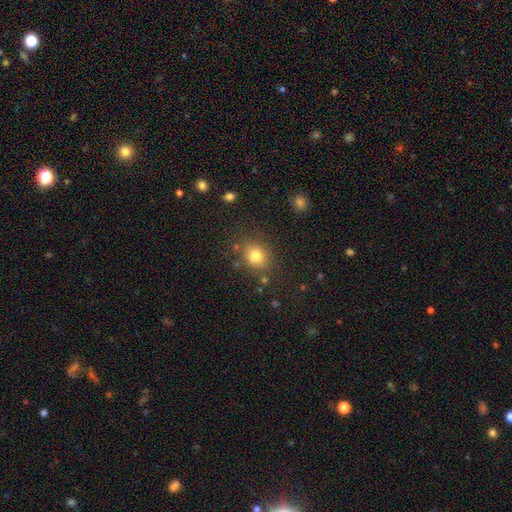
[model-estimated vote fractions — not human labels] A smooth galaxy with no disk features (79%) that is round (68%).

Vote fractions:
- Smooth or featured? smooth: 79% / star or artifact: 13% / featured or disk: 8%
- How rounded? round: 68% / in between: 31% / cigar-shaped: 1%
- Merging? none: 78% / minor disturbance: 13% / major disturbance: 4% / merger: 4%